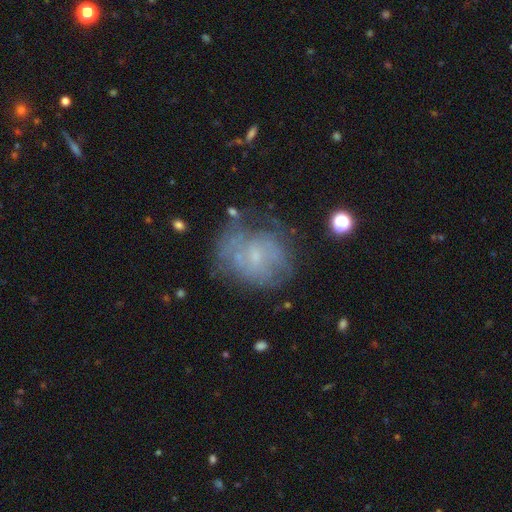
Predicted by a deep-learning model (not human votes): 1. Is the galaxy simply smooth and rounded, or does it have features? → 59% featured or disk, 30% smooth, 12% star or artifact.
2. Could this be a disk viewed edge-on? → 97% no, 3% yes.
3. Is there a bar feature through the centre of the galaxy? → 62% no, 33% weak, 6% strong.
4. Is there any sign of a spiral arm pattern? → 56% yes, 44% no.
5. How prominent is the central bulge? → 66% small, 17% moderate, 15% none, 1% large, 1% dominant.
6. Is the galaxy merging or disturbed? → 56% none, 23% minor disturbance, 17% major disturbance, 5% merger.